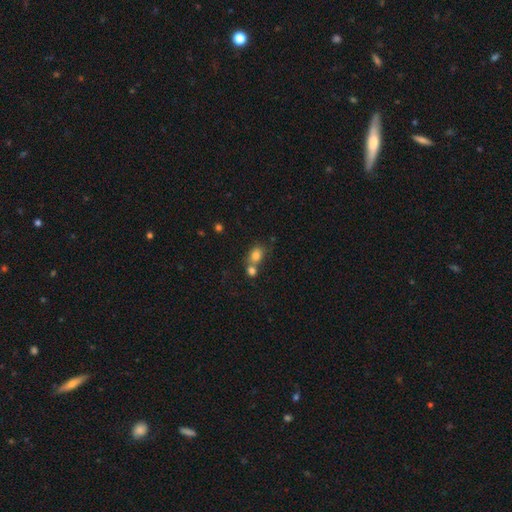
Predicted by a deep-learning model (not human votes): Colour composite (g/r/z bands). It shows a smooth galaxy with no disk features (81%) that is in between round and cigar-shaped (54%). Merging: merger (45%).